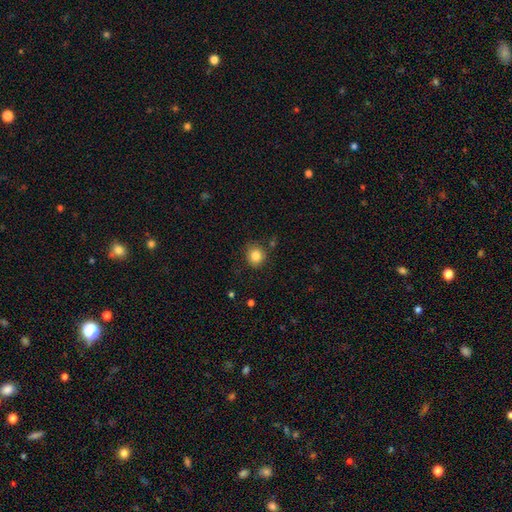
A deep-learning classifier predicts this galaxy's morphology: Smooth or featured? smooth (84%)
How rounded? round (86%)
Merging? none (82%)